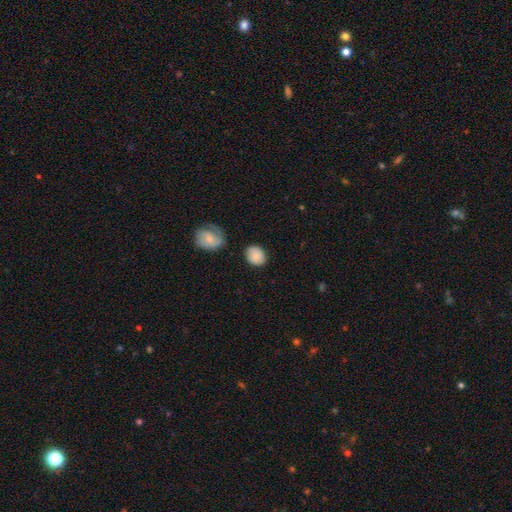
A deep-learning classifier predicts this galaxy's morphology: A smooth galaxy with no disk features (80%) that is round (61%).

Vote fractions:
- Smooth or featured? smooth: 80% / featured or disk: 12% / star or artifact: 8%
- How rounded? round: 61% / in between: 38% / cigar-shaped: 1%
- Merging? none: 78% / minor disturbance: 14% / major disturbance: 4% / merger: 4%